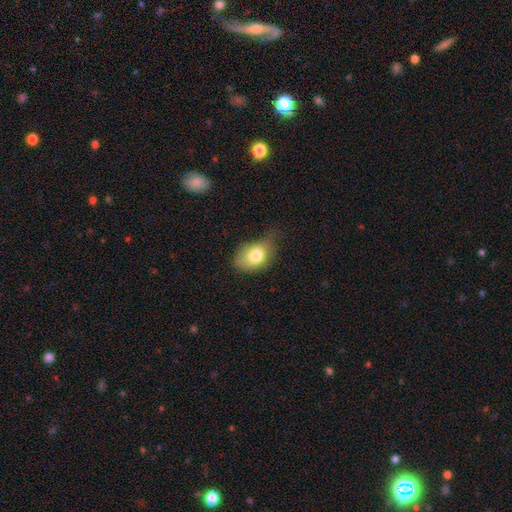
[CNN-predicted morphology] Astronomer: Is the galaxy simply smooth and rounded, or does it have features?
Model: smooth — 78%.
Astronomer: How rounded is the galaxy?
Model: in between — 75%.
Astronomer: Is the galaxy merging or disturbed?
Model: minor disturbance — 45% (runner-up: none, 35%).